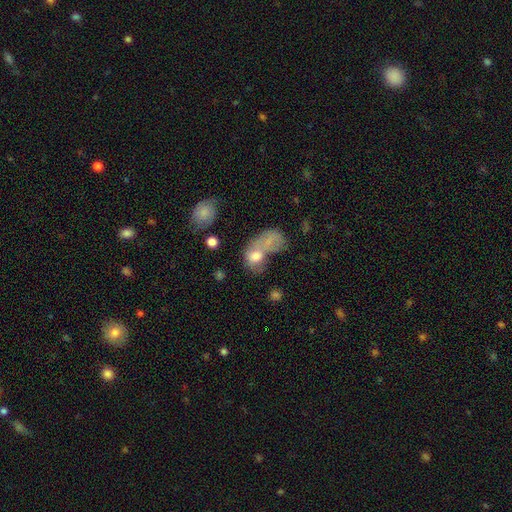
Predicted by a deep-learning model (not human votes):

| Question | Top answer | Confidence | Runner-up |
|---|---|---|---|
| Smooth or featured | smooth | 70% | featured or disk (19%) |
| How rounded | in between | 64% | round (34%) |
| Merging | merger | 56% | none (17%) |